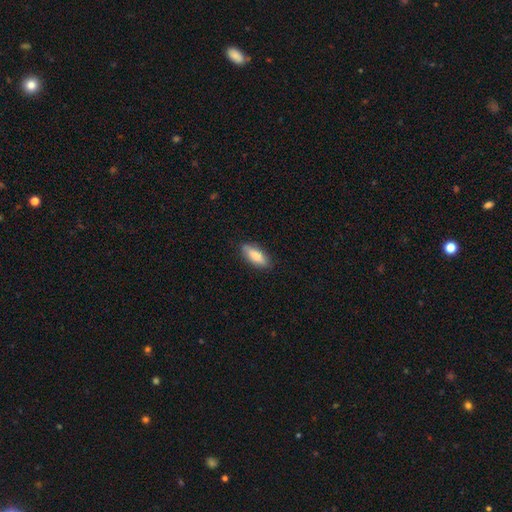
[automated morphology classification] Overall: smooth (79%). How rounded: in between (63%; cigar-shaped 35%). Merging: none (86%).